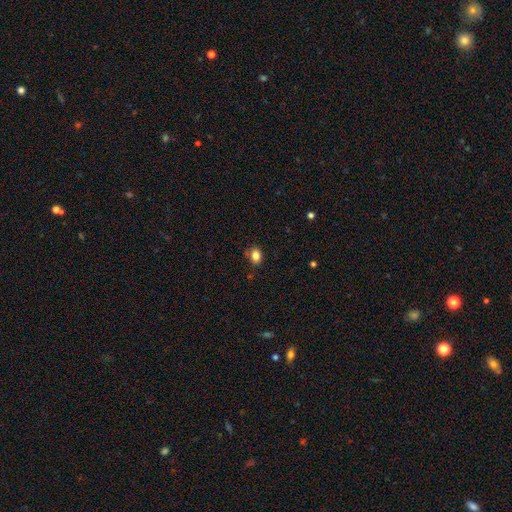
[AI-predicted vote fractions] smooth_or_featured: smooth (p=0.83) [alt: star or artifact p=0.11]
how_rounded: in between (p=0.59) [alt: round p=0.40]
merging: none (p=0.77) [alt: minor disturbance p=0.17]